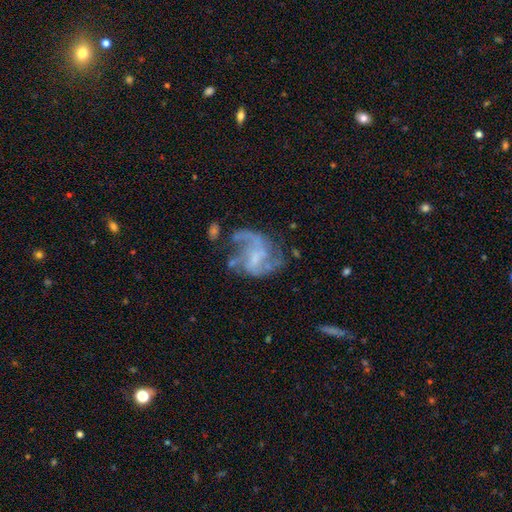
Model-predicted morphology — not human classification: Smooth or featured? Predicted: featured or disk (p=0.78). Edge-on disk? Predicted: no (p=0.98). Bar? Predicted: no (p=0.45). Spiral arms? Predicted: yes (p=0.80). Spiral winding? Predicted: loose (p=0.44). Spiral arm count? Predicted: 2 (p=0.35). Bulge size? Predicted: small (p=0.40). Merging? Predicted: none (p=0.42).